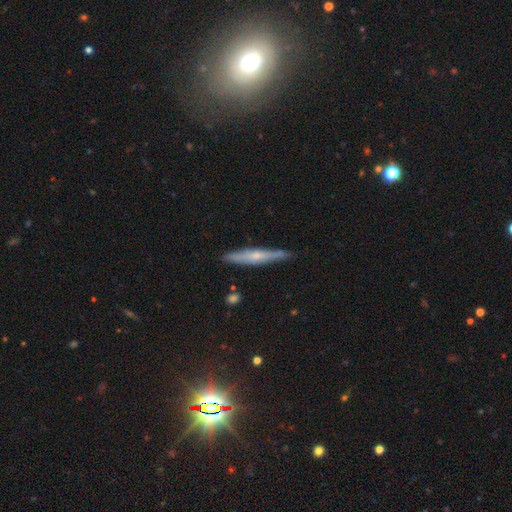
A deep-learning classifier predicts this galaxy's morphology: A featured or disk galaxy (58%) viewed edge-on (95%) with a rounded central bulge (63%).

Vote fractions:
- Smooth or featured? featured or disk: 58% / smooth: 35% / star or artifact: 7%
- Edge-on disk? yes: 95% / no: 5%
- Edge-on bulge? rounded: 63% / none: 31% / boxy: 7%
- Merging? none: 86% / minor disturbance: 10% / major disturbance: 2% / merger: 1%